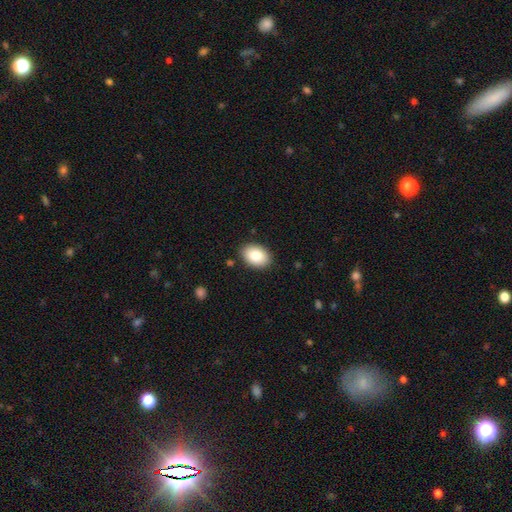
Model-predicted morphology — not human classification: A smooth galaxy with no disk features (85%) that is in between round and cigar-shaped (83%).

Vote fractions:
- Smooth or featured? smooth: 85% / featured or disk: 8% / star or artifact: 7%
- How rounded? in between: 83% / round: 16% / cigar-shaped: 1%
- Merging? none: 88% / minor disturbance: 9% / major disturbance: 2% / merger: 1%